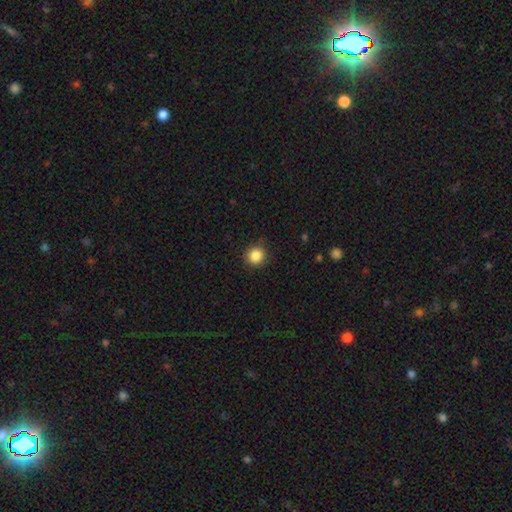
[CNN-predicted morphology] Smooth or featured? smooth (86%)
How rounded? round (92%)
Merging? none (88%)